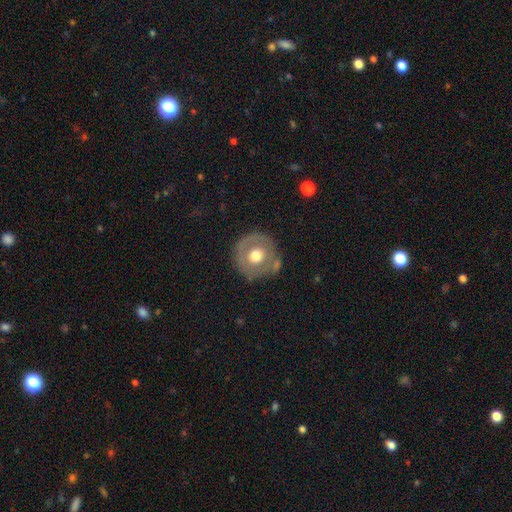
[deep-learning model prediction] Smooth or featured? Predicted: smooth (p=0.52). How rounded? Predicted: round (p=0.93). Merging? Predicted: none (p=0.75).